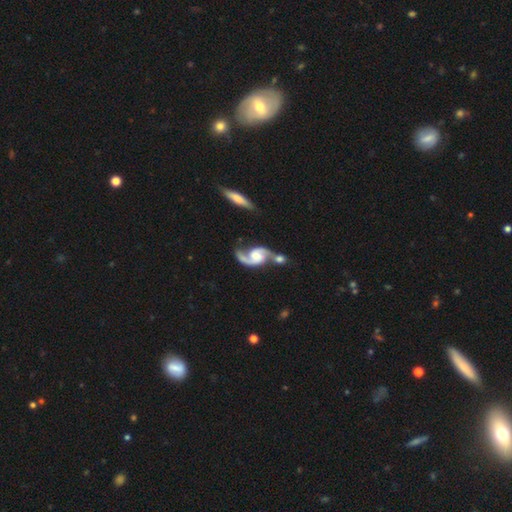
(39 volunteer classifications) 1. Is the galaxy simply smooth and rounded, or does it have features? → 87% featured or disk, 10% star or artifact, 3% smooth.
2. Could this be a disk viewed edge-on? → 97% no, 3% yes.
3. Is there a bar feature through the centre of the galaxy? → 42% no, 39% weak, 18% strong.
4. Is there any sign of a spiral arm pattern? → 100% yes, 0% no.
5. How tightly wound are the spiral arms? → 42% medium (tied), 42% loose (tied), 15% tight.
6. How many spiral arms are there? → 100% 2, 0% 1, 0% 3, 0% 4, 0% more than 4, 0% can't tell.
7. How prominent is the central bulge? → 45% moderate, 30% small, 12% large, 9% dominant, 3% none.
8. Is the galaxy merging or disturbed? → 51% merger, 31% none, 9% minor disturbance, 9% major disturbance.